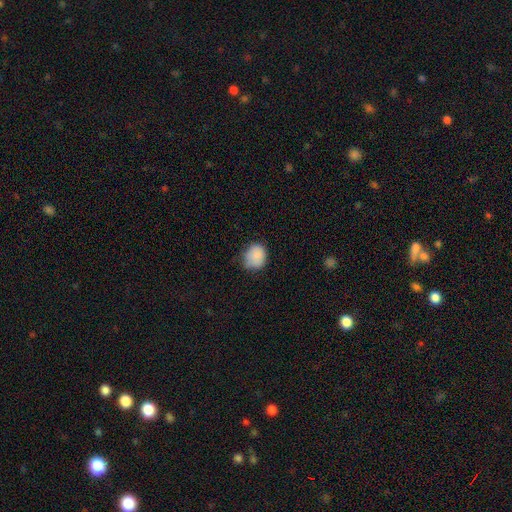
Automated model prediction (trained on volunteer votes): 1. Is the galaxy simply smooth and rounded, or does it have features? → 85% smooth, 9% star or artifact, 7% featured or disk.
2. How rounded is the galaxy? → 66% round, 33% in between, 1% cigar-shaped.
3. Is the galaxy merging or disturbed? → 56% none, 35% minor disturbance, 8% major disturbance, 2% merger.